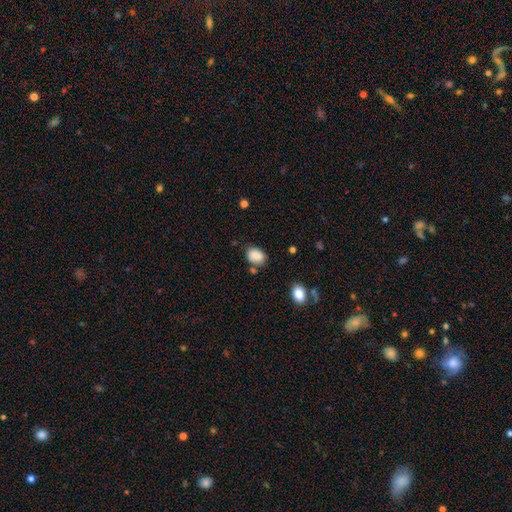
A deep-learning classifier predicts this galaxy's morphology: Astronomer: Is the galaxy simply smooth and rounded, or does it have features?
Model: smooth — 87%.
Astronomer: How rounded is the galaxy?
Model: in between — 72%.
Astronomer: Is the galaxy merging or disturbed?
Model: none — 68%.